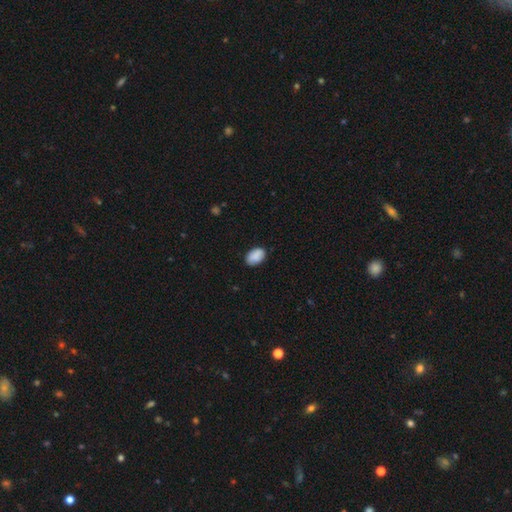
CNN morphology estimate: smooth-or-featured: smooth: 89% | star or artifact: 7% | featured or disk: 5%
  how-rounded: in between: 88% | round: 11% | cigar-shaped: 1%
  merging: none: 83% | minor disturbance: 13% | major disturbance: 2% | merger: 1%